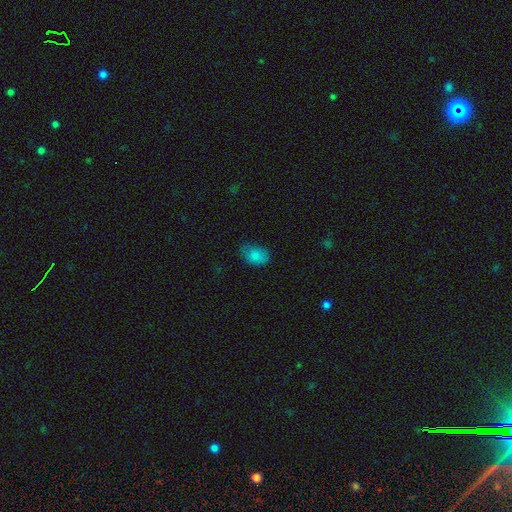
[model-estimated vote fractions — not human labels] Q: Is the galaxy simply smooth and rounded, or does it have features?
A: smooth — 83%.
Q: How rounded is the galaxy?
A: in between — 79%.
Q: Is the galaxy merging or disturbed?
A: none — 63%.